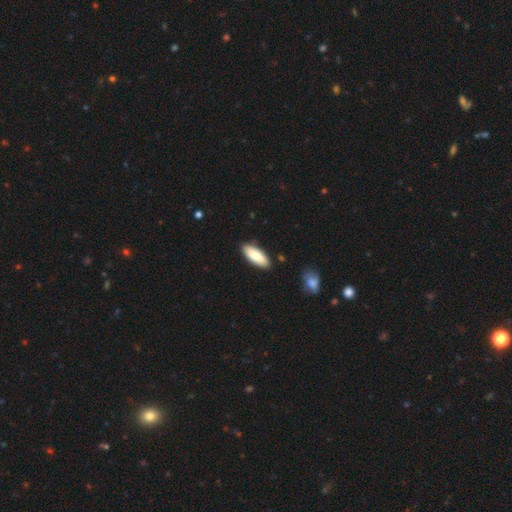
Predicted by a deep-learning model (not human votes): Smooth or featured: smooth — 86% (featured or disk — 9%)
How rounded: in between — 73% (cigar-shaped — 25%)
Merging: none — 87% (minor disturbance — 9%)